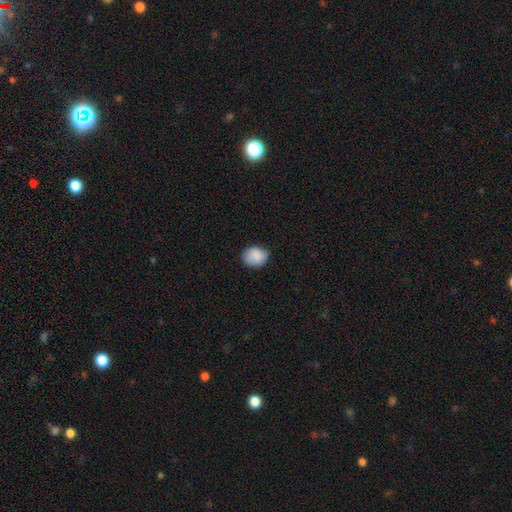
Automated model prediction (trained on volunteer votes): This is clearly a smooth galaxy (87%). How rounded: possibly round (51%). Merging: likely none (70%).